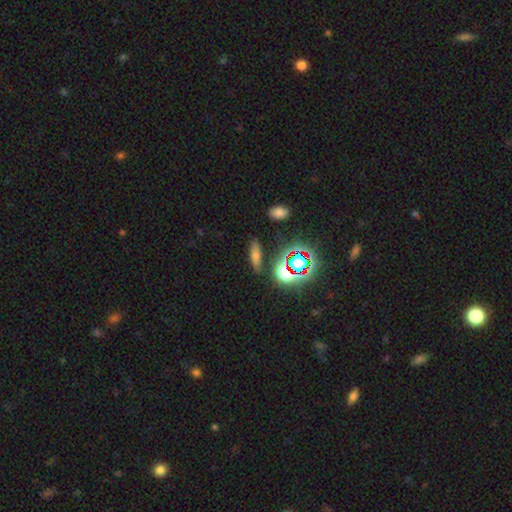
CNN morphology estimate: A smooth galaxy with no disk features (57%) that is cigar-shaped (53%). Merging: none (81%).